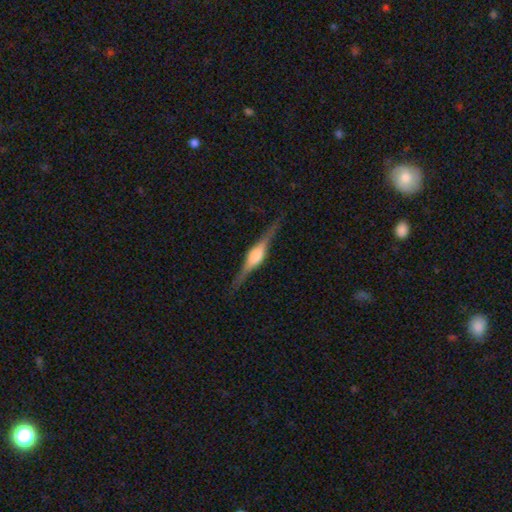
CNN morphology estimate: This is clearly a featured or disk galaxy (82%). It is clearly viewed edge-on (98%). Edge-on bulge: likely rounded (80%). Merging: clearly none (86%).